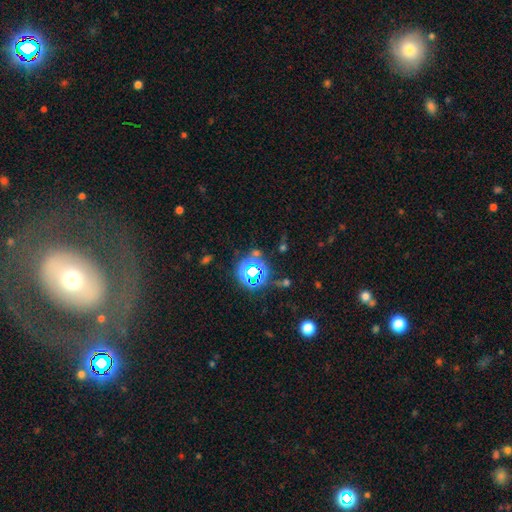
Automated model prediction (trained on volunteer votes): smooth-or-featured: star or artifact: 71% | smooth: 20% | featured or disk: 9%